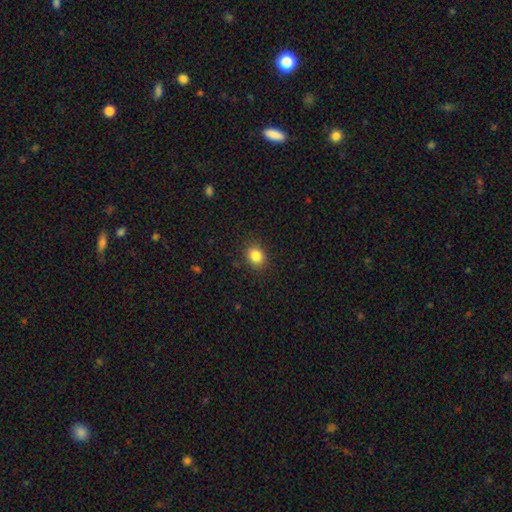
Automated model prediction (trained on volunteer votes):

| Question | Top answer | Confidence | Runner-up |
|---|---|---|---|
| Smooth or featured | smooth | 84% | star or artifact (11%) |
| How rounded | round | 60% | in between (40%) |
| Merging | none | 88% | minor disturbance (8%) |